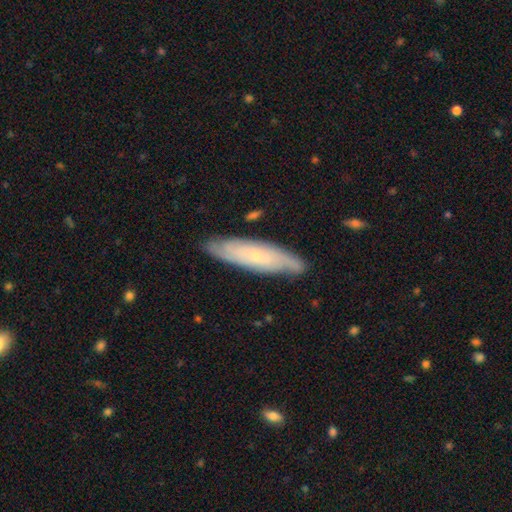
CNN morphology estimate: Smooth or featured? featured or disk (60%)
Edge-on disk? no (66%)
Merging? none (82%)